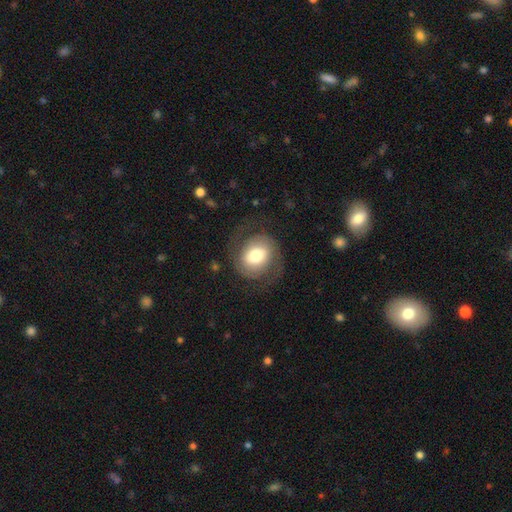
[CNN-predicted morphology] This is likely a featured or disk galaxy (66%). It is clearly not viewed edge-on (98%). Bar: possibly no (51%). Spiral arm pattern: clearly yes (89%). Spiral arm count: clearly 2 (90%). Spiral winding: possibly medium (46%). Central bulge: possibly moderate (55%). Merging: likely none (73%).